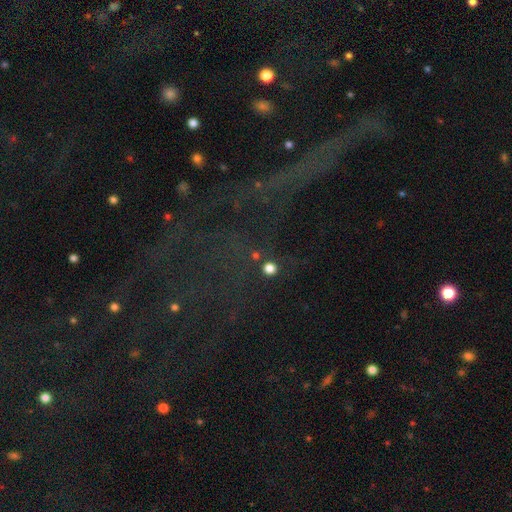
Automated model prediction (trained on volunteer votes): A star or artifact, not a galaxy (63%).

Vote fractions:
- Smooth or featured? star or artifact: 63% / smooth: 24% / featured or disk: 13%